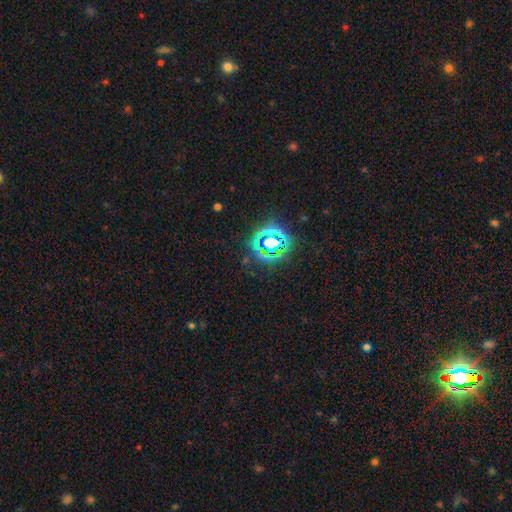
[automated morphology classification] Overall: star or artifact (76%).